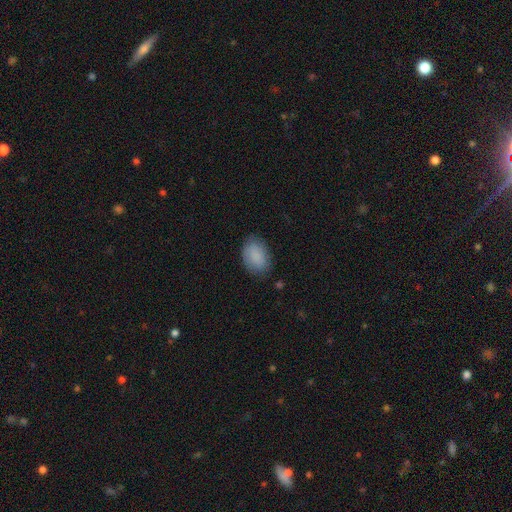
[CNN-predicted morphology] This appears to be a smooth galaxy with no disk features (88%) that is in between round and cigar-shaped (84%). Merging: none (76%).